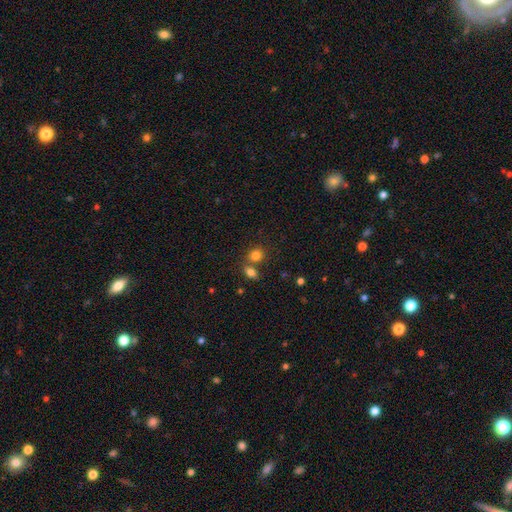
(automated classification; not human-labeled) smooth_or_featured: smooth (p=0.81) [alt: star or artifact p=0.12]
how_rounded: round (p=0.67) [alt: in between p=0.32]
merging: none (p=0.56) [alt: merger p=0.32]